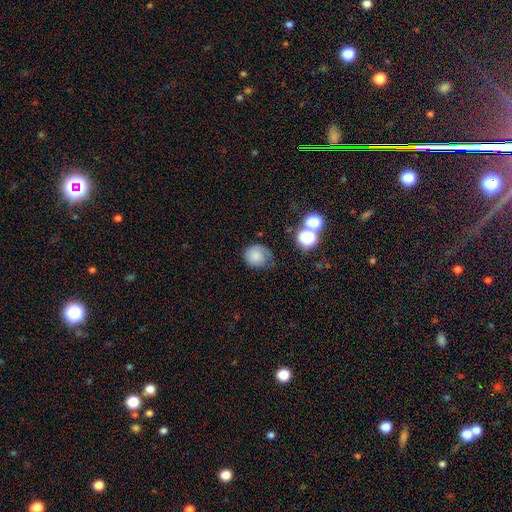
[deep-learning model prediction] smooth_or_featured: smooth (p=0.69) [alt: featured or disk p=0.20]
how_rounded: round (p=0.73) [alt: in between p=0.26]
merging: none (p=0.48) [alt: minor disturbance p=0.32]